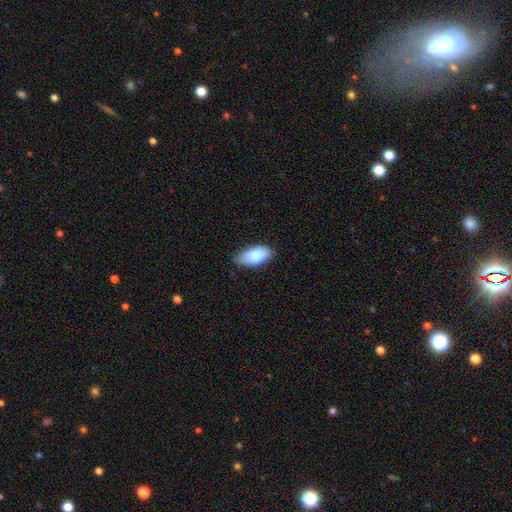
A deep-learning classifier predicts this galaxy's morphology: Overall: smooth (85%). How rounded: in between (92%). Merging: none (72%).